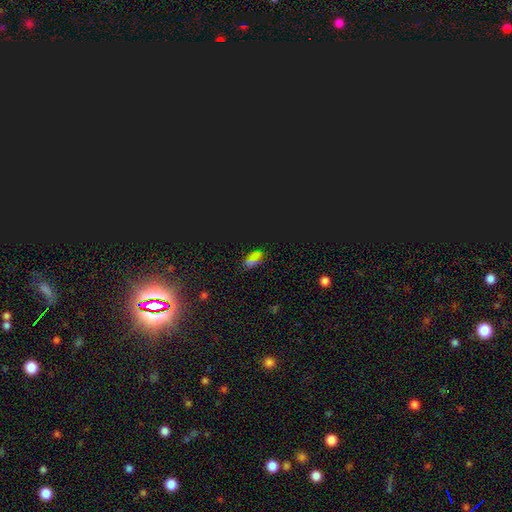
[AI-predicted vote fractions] Smooth or featured?
  - star or artifact: 57% *
  - smooth: 34%
  - featured or disk: 9%